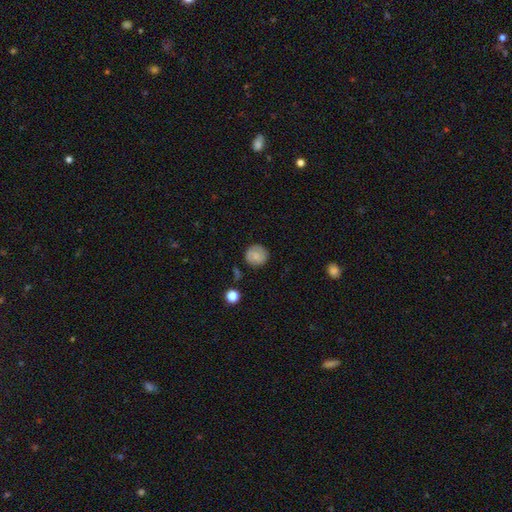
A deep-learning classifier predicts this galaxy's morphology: A smooth galaxy with no disk features (68%) that is round (91%). Merging: none (83%).